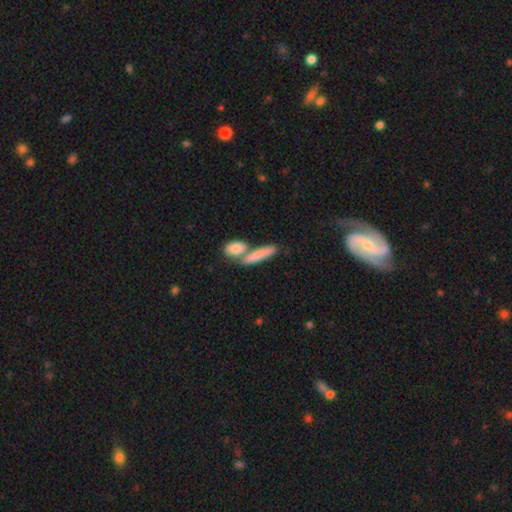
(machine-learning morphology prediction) This is likely a smooth galaxy (78%). How rounded: likely cigar-shaped (64%). Merging: possibly none (49%).